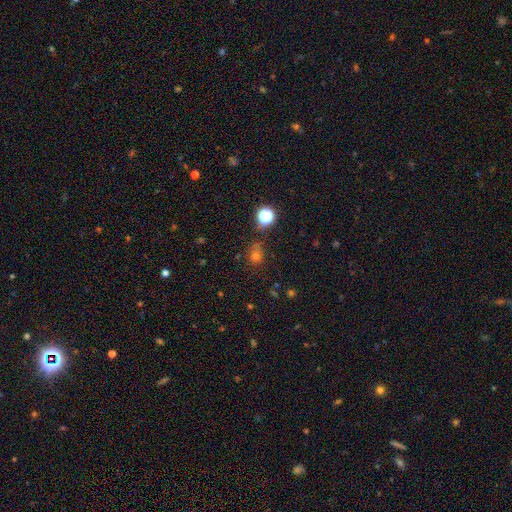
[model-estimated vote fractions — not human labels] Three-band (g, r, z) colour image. It shows a smooth galaxy with no disk features (62%) that is round (80%). Merging: none (69%).